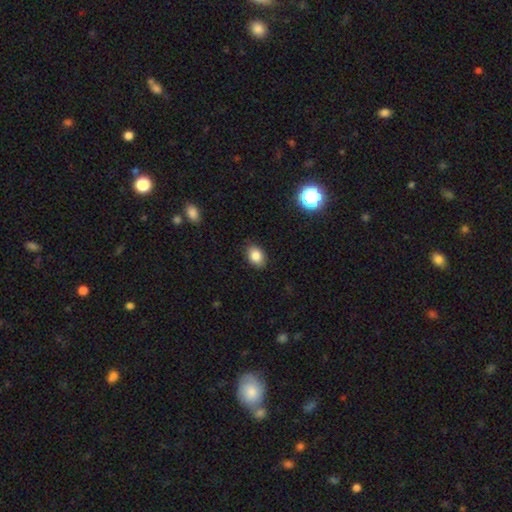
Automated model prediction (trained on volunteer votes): smooth_or_featured: smooth (p=0.85) [alt: star or artifact p=0.09]
how_rounded: in between (p=0.81) [alt: round p=0.18]
merging: none (p=0.86) [alt: minor disturbance p=0.10]